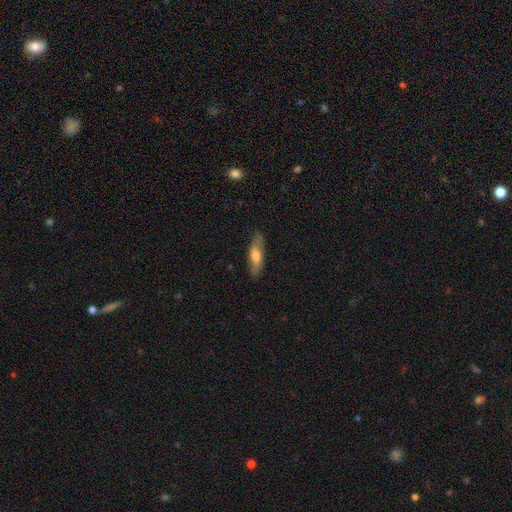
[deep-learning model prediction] This appears to be a smooth galaxy with no disk features (61%) that is cigar-shaped (54%). Merging: none (82%).